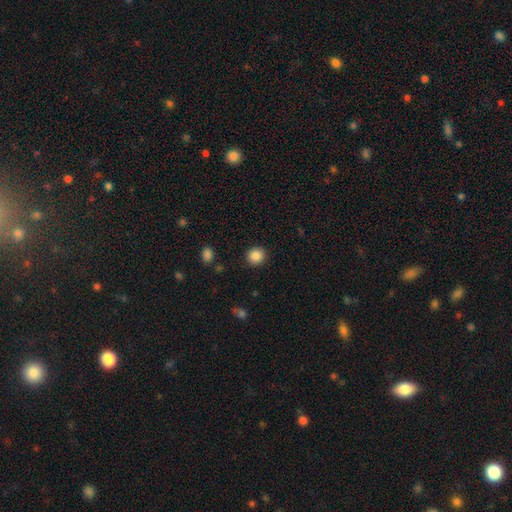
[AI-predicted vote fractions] Overall: smooth (87%). How rounded: round (87%). Merging: none (90%).